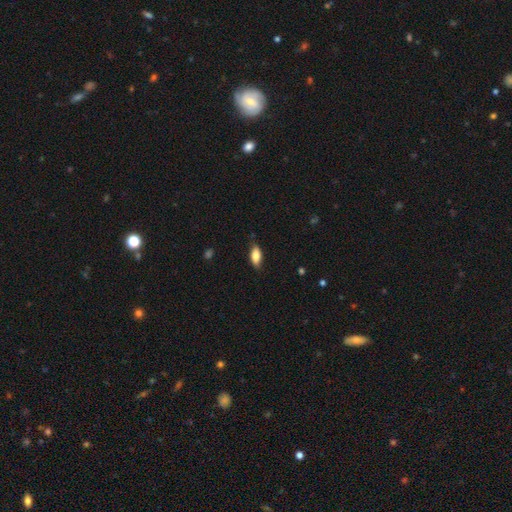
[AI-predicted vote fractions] The model was most divided on "smooth or featured": smooth: 79%, featured or disk: 15%, star or artifact: 7%. More confident: how rounded — in between (84%); merging — none (80%).